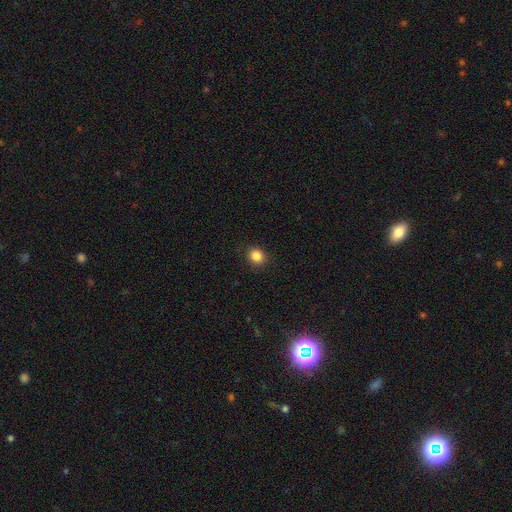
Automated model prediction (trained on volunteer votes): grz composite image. It shows a smooth galaxy with no disk features (86%) that is round (74%). Merging: none (89%).